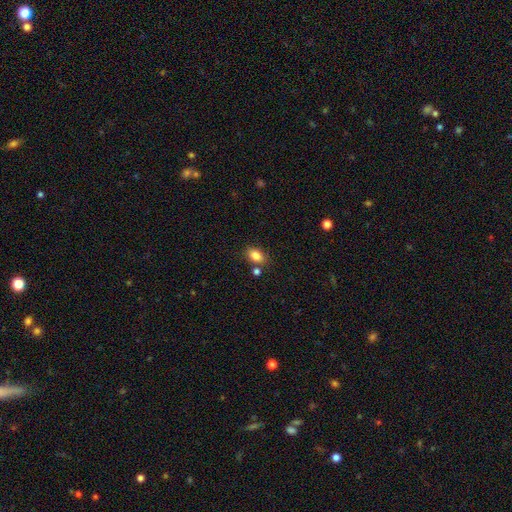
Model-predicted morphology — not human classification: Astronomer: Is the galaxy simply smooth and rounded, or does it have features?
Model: smooth — 84%.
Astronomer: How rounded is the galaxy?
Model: in between — 84%.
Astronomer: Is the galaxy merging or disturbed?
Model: none — 75%.